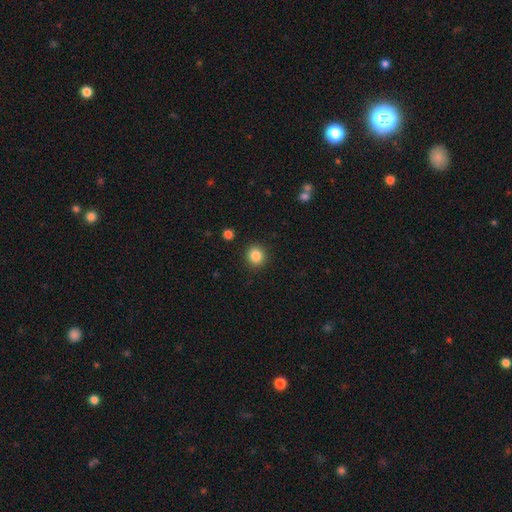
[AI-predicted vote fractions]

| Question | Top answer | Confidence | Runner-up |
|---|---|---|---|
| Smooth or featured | smooth | 86% | star or artifact (10%) |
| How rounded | round | 87% | in between (12%) |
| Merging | none | 91% | minor disturbance (6%) |